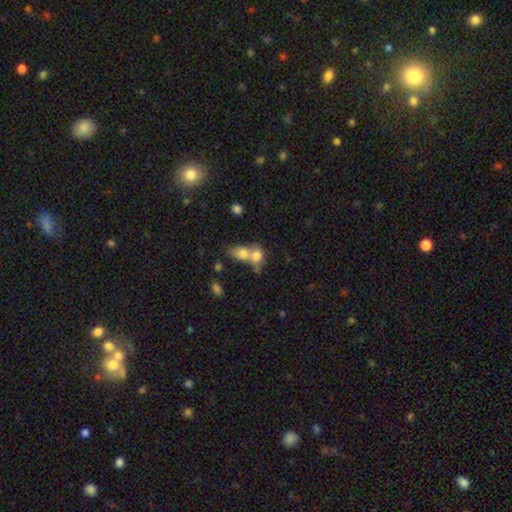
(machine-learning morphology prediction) Overall: smooth (75%). How rounded: in between (55%; round 43%). Merging: merger (72%).